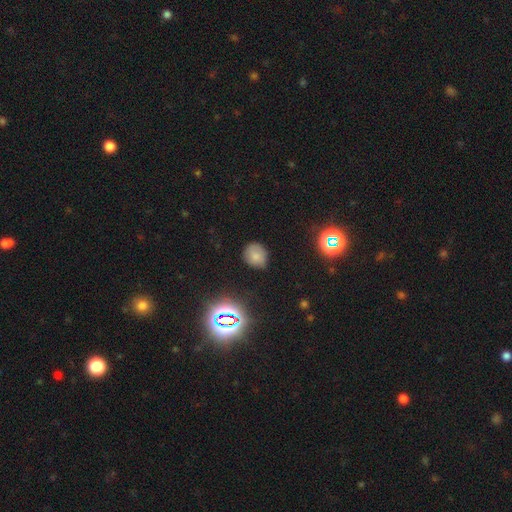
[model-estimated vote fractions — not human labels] A smooth galaxy with no disk features (71%) that is round (72%). Merging: none (78%).